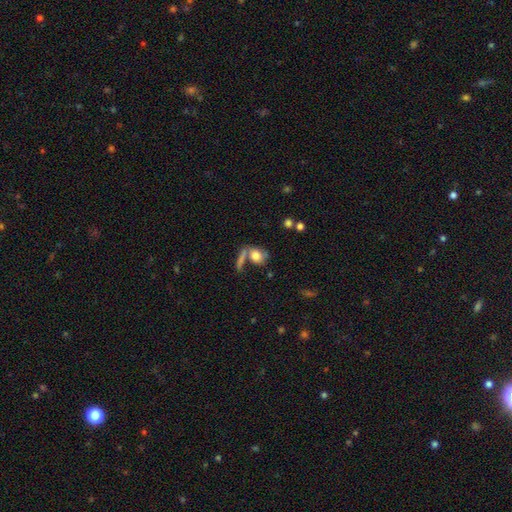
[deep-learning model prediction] A smooth galaxy with no disk features (65%) that is in between round and cigar-shaped (52%). Merging: none (43%).